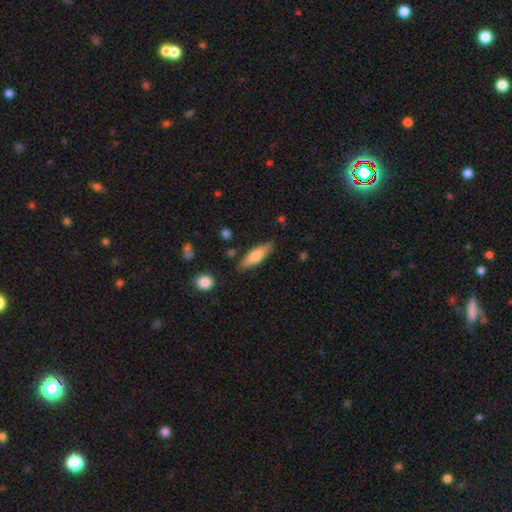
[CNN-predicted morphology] The model was most divided on "how rounded": cigar-shaped: 55%, in between: 43%, round: 2%. More confident: merging — none (82%); smooth or featured — smooth (65%).